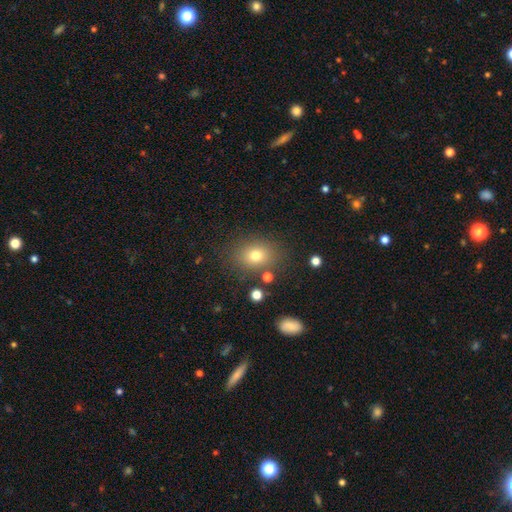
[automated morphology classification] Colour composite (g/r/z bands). It shows a smooth galaxy with no disk features (75%) that is in between round and cigar-shaped (50%). Merging: none (81%).